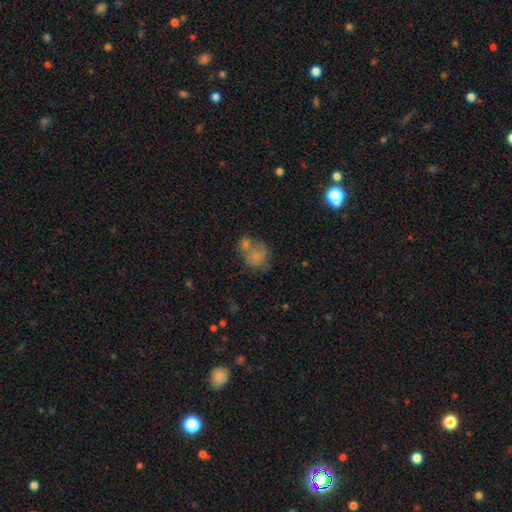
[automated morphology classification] A smooth galaxy with no disk features (64%) that is round (61%). Merging: merger (42%).